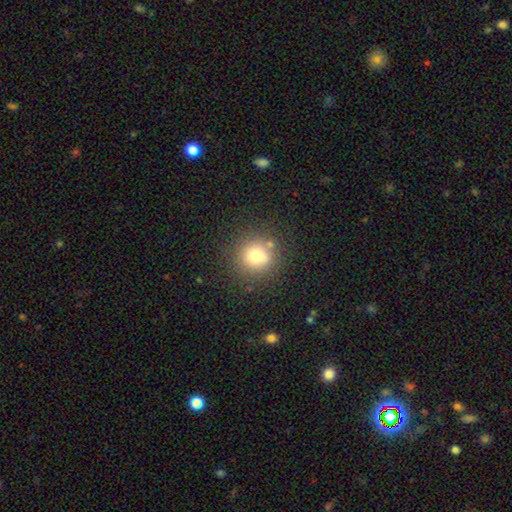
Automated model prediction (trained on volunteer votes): smooth-or-featured: smooth: 73% | star or artifact: 15% | featured or disk: 12%
  how-rounded: round: 91% | in between: 8% | cigar-shaped: 1%
  merging: none: 79% | minor disturbance: 11% | merger: 6% | major disturbance: 4%